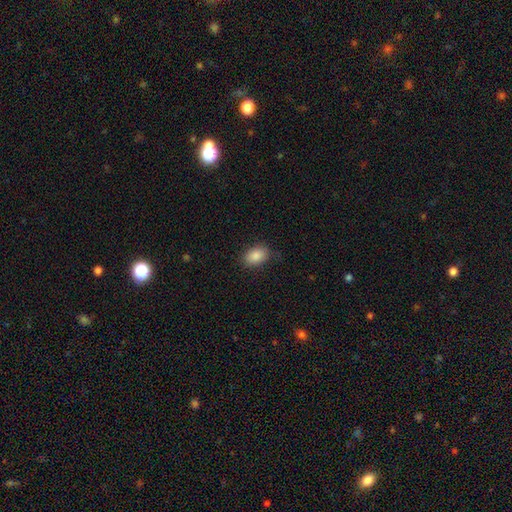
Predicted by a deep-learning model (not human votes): smooth-or-featured: smooth: 87% | star or artifact: 8% | featured or disk: 5%
  how-rounded: in between: 85% | round: 14% | cigar-shaped: 1%
  merging: none: 82% | minor disturbance: 14% | major disturbance: 3% | merger: 1%